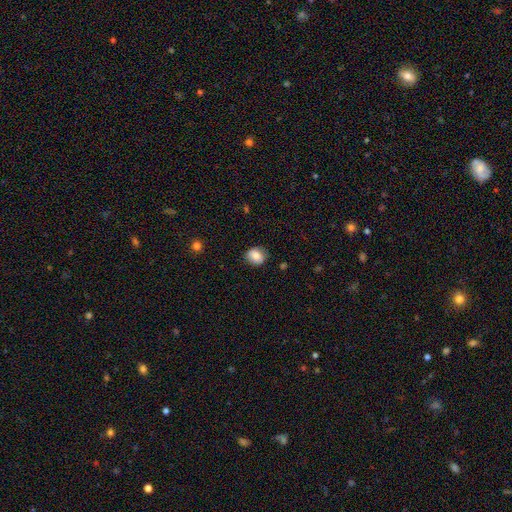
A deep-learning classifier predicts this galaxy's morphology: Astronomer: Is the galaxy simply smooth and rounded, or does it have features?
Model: smooth — 81%.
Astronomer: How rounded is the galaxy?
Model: round — 67%.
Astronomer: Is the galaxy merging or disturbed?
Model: none — 82%.